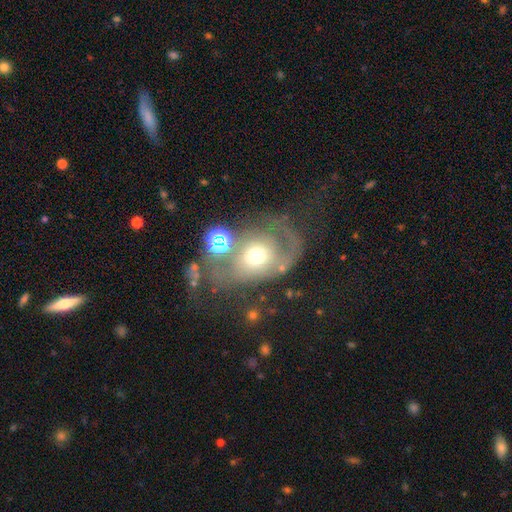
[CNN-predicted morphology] Smooth or featured? Predicted: featured or disk (p=0.45). Merging? Predicted: major disturbance (p=0.35).